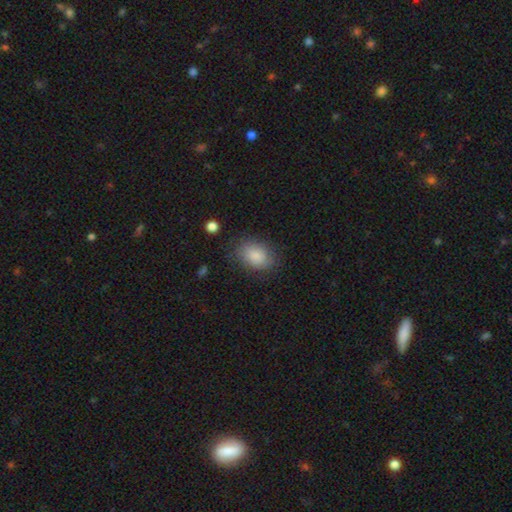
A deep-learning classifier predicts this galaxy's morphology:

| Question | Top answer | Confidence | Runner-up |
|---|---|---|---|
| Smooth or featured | smooth | 85% | featured or disk (8%) |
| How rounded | in between | 77% | round (22%) |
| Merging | none | 75% | minor disturbance (17%) |